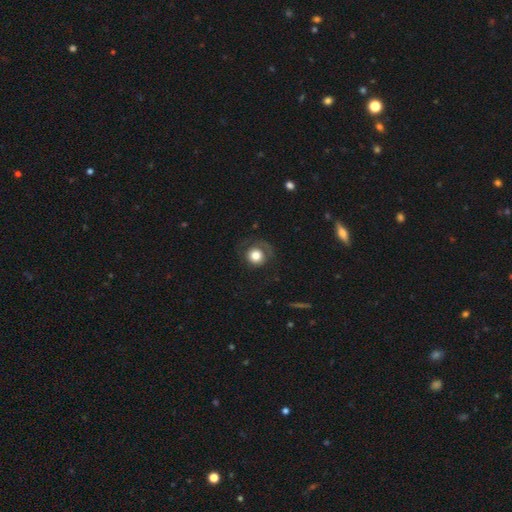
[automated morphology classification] Overall: smooth (72%). How rounded: round (89%). Merging: none (59%; major disturbance 21%).